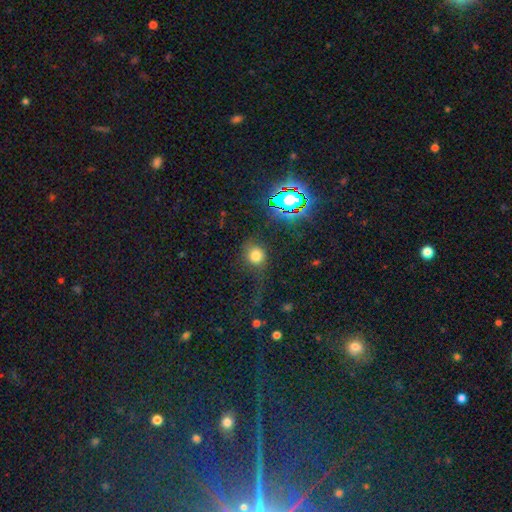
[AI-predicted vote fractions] A smooth galaxy with no disk features (71%) that is round (77%).

Vote fractions:
- Smooth or featured? smooth: 71% / star or artifact: 18% / featured or disk: 11%
- How rounded? round: 77% / in between: 21% / cigar-shaped: 2%
- Merging? none: 58% / major disturbance: 20% / minor disturbance: 18% / merger: 4%